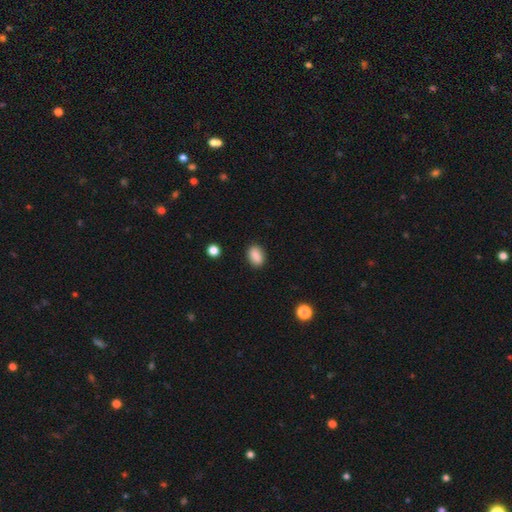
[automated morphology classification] smooth_or_featured: smooth (p=0.89) [alt: star or artifact p=0.08]
how_rounded: in between (p=0.85) [alt: round p=0.13]
merging: none (p=0.88) [alt: minor disturbance p=0.09]